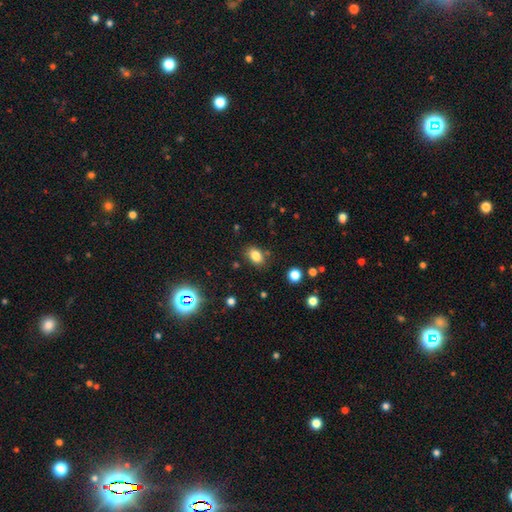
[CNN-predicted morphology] Q: Smooth or featured?
A: smooth (81%); runner-up: star or artifact (12%)
Q: How rounded?
A: in between (79%); runner-up: round (19%)
Q: Merging?
A: none (81%); runner-up: minor disturbance (12%)